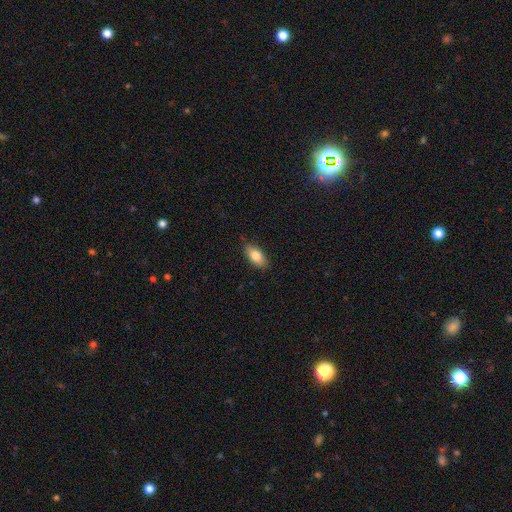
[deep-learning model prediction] smooth_or_featured: smooth (p=0.81) [alt: featured or disk p=0.12]
how_rounded: in between (p=0.89) [alt: cigar-shaped p=0.08]
merging: none (p=0.85) [alt: minor disturbance p=0.11]